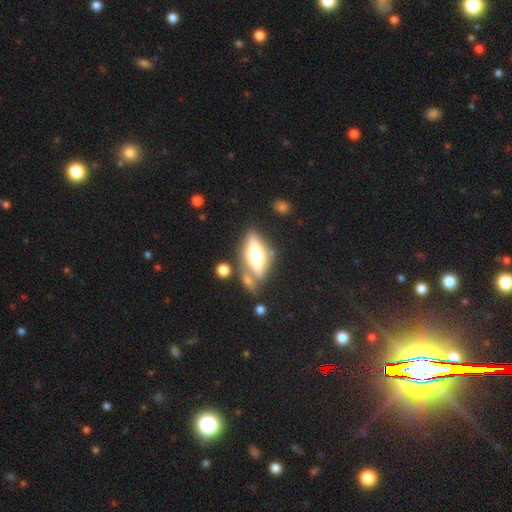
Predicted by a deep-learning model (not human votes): Smooth or featured: featured or disk — 51% (smooth — 41%)
Edge-on disk: yes — 79% (no — 21%)
Merging: none — 60% (merger — 16%)